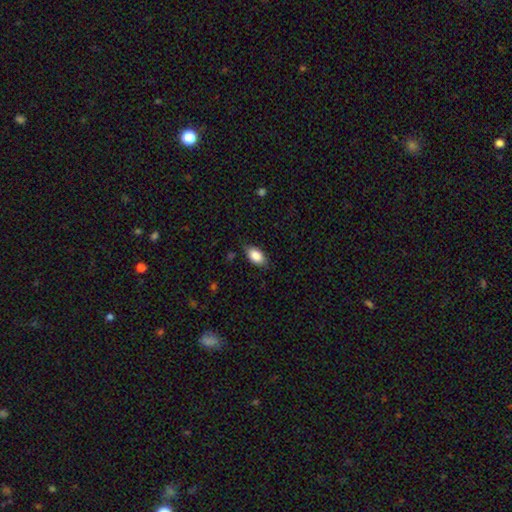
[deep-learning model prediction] Morphology: type=smooth (87%); roundness=in between (92%); merging=none (81%).